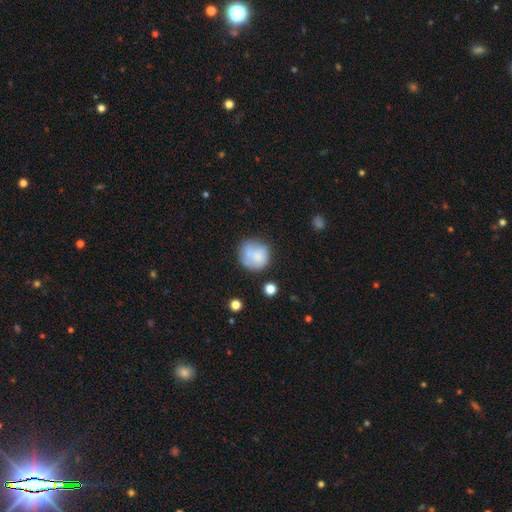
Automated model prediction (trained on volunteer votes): The model was most divided on "merging": none: 56%, minor disturbance: 23%, major disturbance: 11%, merger: 9%. More confident: how rounded — round (86%); smooth or featured — smooth (70%).